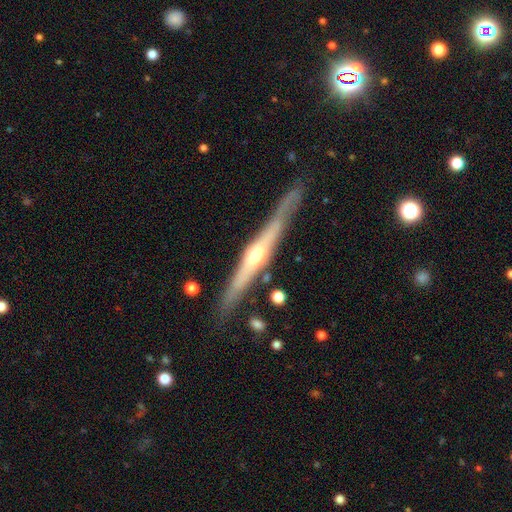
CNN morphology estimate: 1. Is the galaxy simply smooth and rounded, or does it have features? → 74% featured or disk, 21% smooth, 5% star or artifact.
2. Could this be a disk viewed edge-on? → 95% yes, 5% no.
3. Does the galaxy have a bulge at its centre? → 81% rounded, 12% none, 7% boxy.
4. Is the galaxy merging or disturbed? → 80% none, 13% minor disturbance, 3% major disturbance, 3% merger.